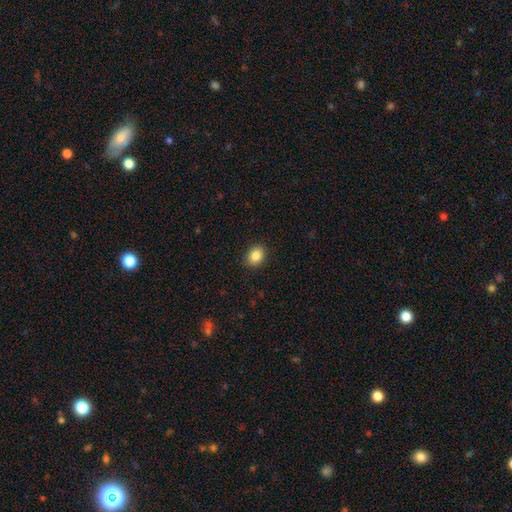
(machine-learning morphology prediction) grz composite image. It shows a smooth galaxy with no disk features (86%) that is round (57%). Merging: none (90%).